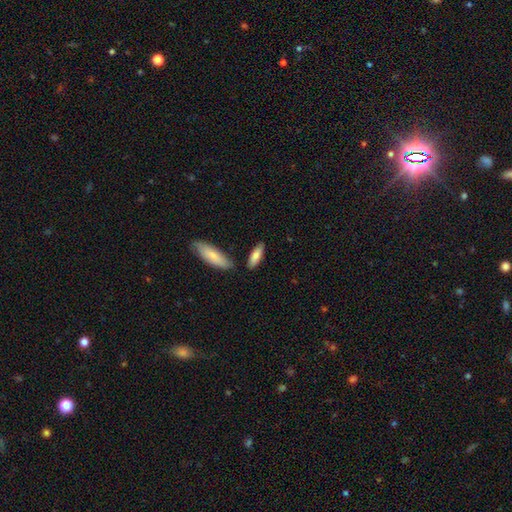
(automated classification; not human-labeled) Smooth or featured: smooth — 81% (featured or disk — 14%)
How rounded: in between — 57% (cigar-shaped — 41%)
Merging: none — 76% (minor disturbance — 13%)